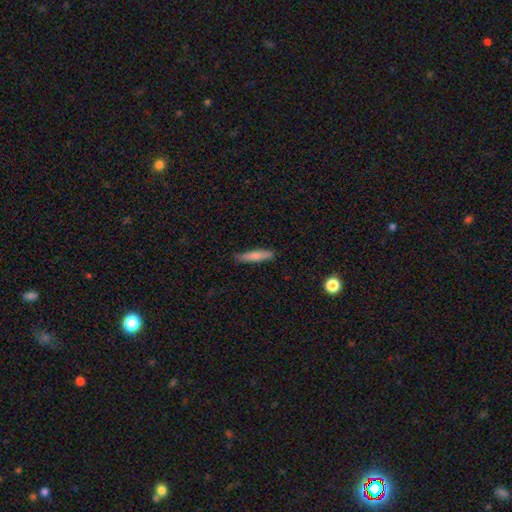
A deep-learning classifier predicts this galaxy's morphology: This is likely a smooth galaxy (78%). How rounded: clearly cigar-shaped (87%). Merging: clearly none (84%).